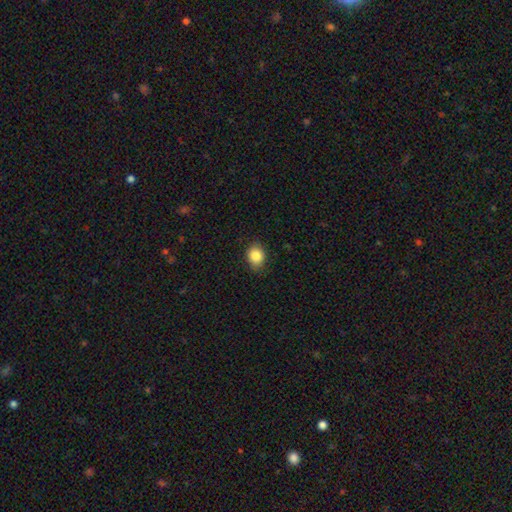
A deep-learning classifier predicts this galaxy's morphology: Q: Smooth or featured?
A: smooth (86%); runner-up: star or artifact (9%)
Q: How rounded?
A: round (50%); runner-up: in between (49%)
Q: Merging?
A: none (83%); runner-up: minor disturbance (13%)